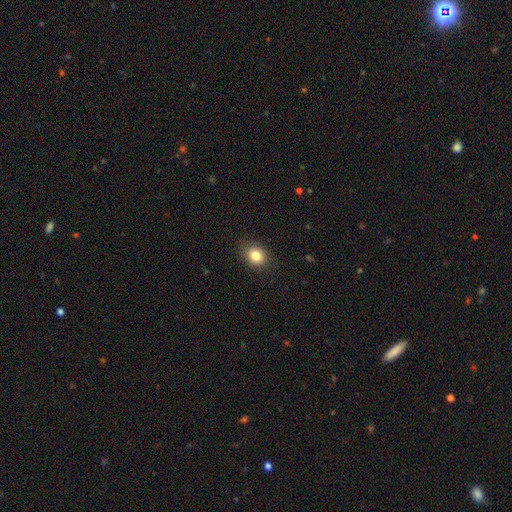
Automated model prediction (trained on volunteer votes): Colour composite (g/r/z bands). It shows a smooth galaxy with no disk features (83%) that is round (53%). Merging: none (86%).